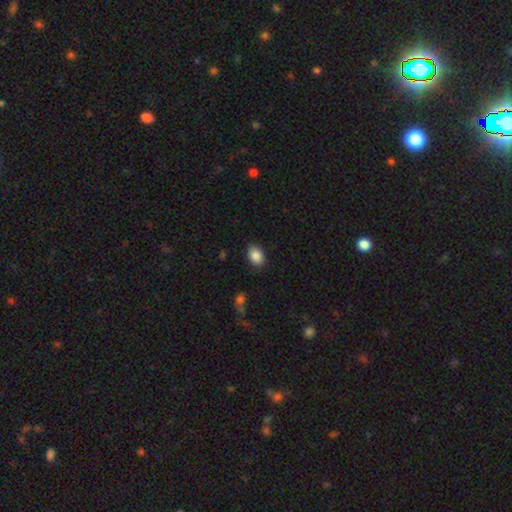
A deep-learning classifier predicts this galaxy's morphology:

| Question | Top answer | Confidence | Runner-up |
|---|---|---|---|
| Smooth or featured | smooth | 88% | star or artifact (8%) |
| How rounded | in between | 75% | round (24%) |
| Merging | none | 87% | minor disturbance (9%) |